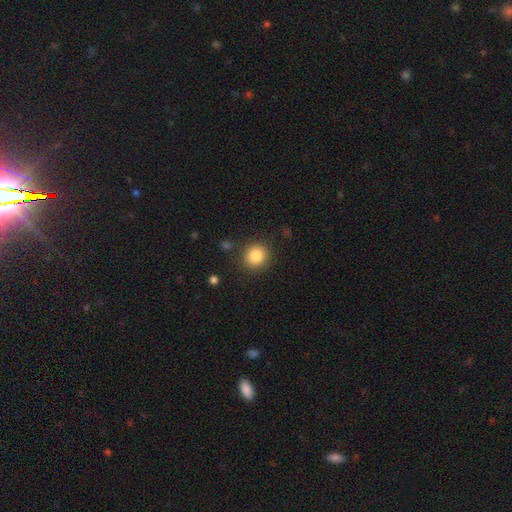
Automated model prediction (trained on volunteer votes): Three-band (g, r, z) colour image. It shows a smooth galaxy with no disk features (85%) that is round (86%). Merging: none (87%).